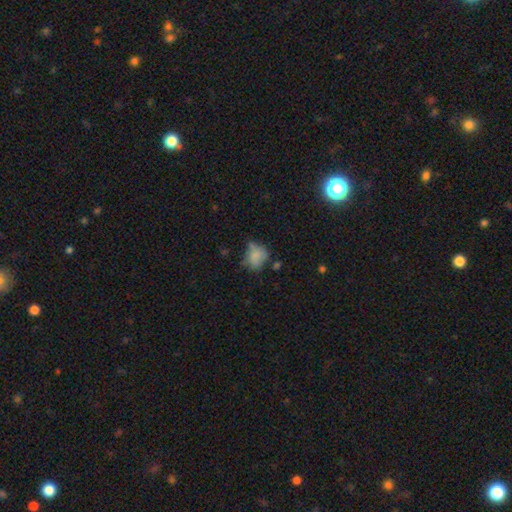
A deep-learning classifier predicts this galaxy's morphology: Smooth or featured? smooth (71%)
How rounded? round (55%)
Merging? none (42%)